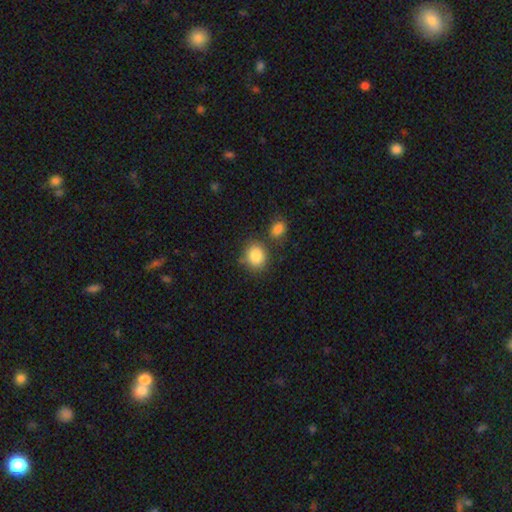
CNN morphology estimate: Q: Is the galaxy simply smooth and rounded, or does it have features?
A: smooth — 86%.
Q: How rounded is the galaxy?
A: round — 70%.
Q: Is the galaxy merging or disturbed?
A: none — 70%.